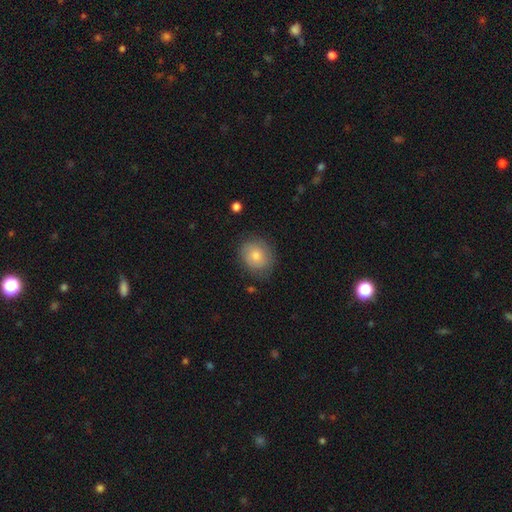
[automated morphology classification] smooth_or_featured: smooth (p=0.72) [alt: featured or disk p=0.20]
how_rounded: round (p=0.72) [alt: in between p=0.27]
merging: none (p=0.76) [alt: minor disturbance p=0.17]